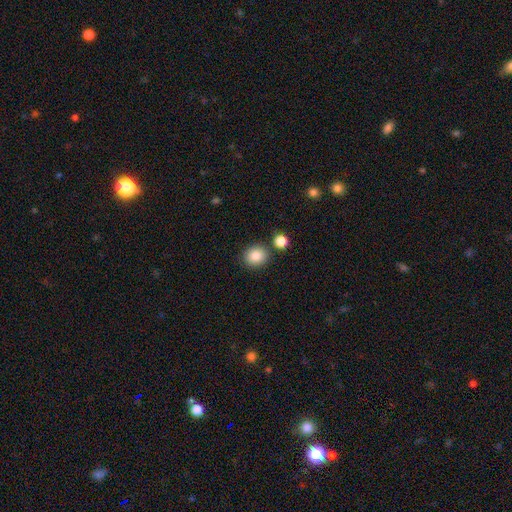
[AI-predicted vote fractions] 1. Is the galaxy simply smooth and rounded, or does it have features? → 86% smooth, 9% star or artifact, 5% featured or disk.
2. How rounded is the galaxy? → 72% round, 27% in between, 1% cigar-shaped.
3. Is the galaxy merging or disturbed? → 82% none, 9% minor disturbance, 7% merger, 3% major disturbance.